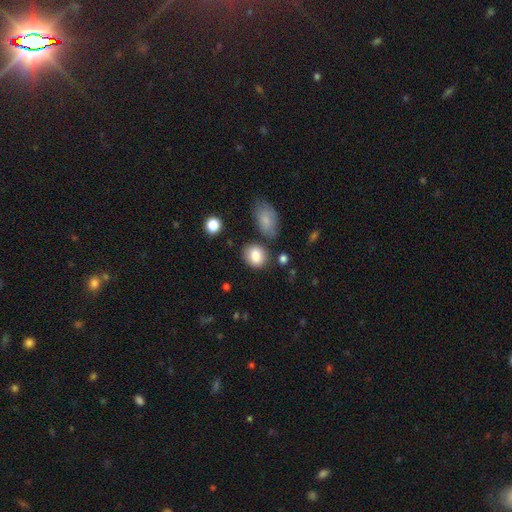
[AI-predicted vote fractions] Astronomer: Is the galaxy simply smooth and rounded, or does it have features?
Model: smooth — 84%.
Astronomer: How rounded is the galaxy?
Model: round — 57% (runner-up: in between, 42%).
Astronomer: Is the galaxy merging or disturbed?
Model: none — 75%.